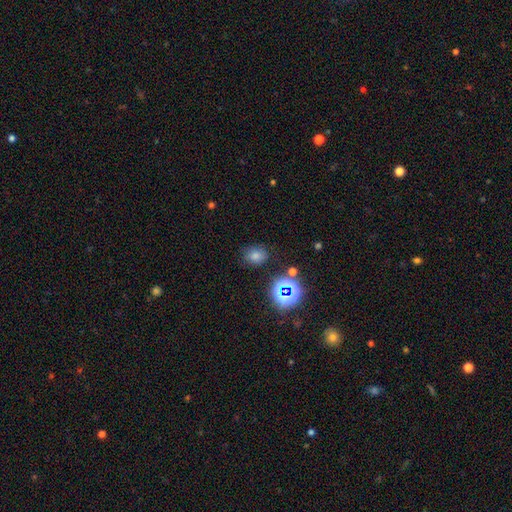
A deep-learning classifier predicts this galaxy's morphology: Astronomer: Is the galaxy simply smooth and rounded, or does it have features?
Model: smooth — 59%.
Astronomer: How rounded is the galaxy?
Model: round — 58% (runner-up: in between, 41%).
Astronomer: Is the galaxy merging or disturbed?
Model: none — 83%.